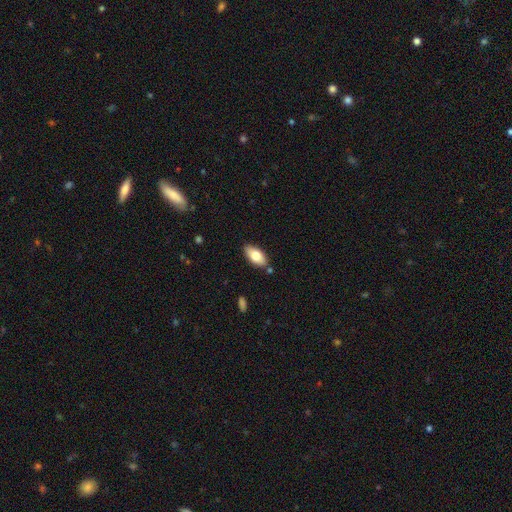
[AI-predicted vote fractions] Smooth or featured: smooth — 77% (featured or disk — 16%)
How rounded: in between — 91% (cigar-shaped — 6%)
Merging: none — 82% (minor disturbance — 12%)